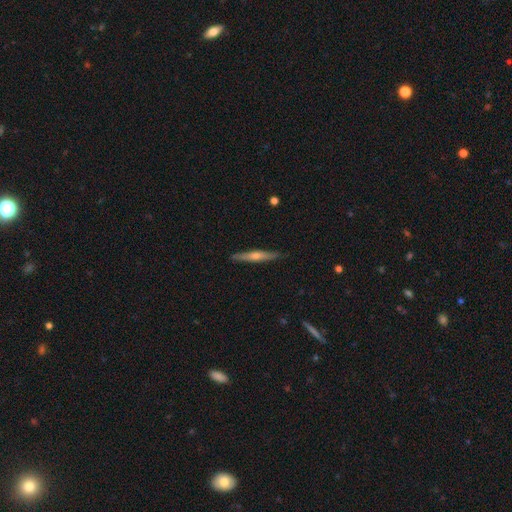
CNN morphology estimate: type=featured or disk (59%); edge-on=yes (96%); edge-on bulge=rounded (76%); merging=none (89%).